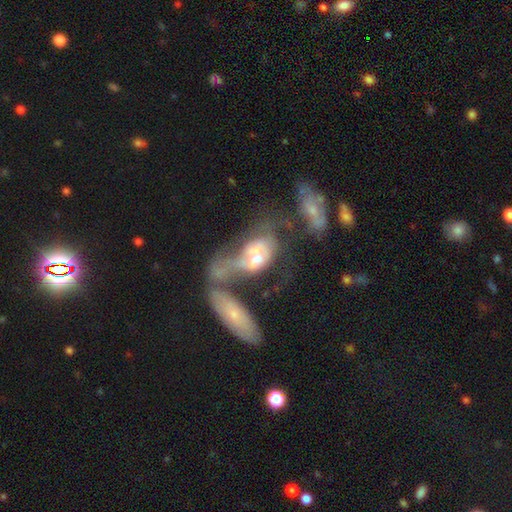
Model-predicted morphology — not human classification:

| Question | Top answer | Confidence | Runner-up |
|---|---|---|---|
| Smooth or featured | featured or disk | 58% | smooth (31%) |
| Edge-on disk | no | 91% | yes (9%) |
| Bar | no | 76% | weak (17%) |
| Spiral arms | no | 65% | yes (35%) |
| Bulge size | moderate | 32% | small (28%) |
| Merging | merger | 63% | major disturbance (22%) |